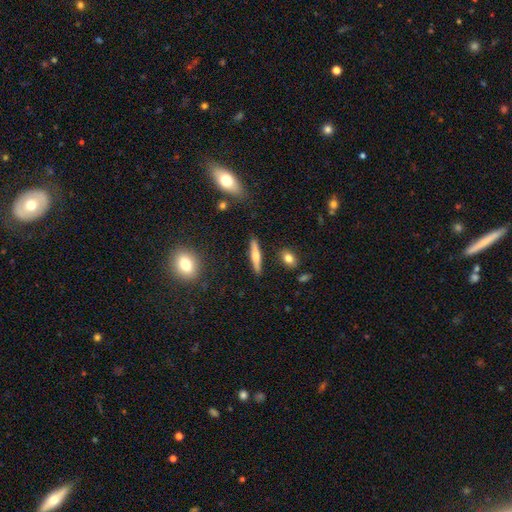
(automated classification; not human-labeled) Smooth or featured?
  - smooth: 53% *
  - featured or disk: 40%
  - star or artifact: 7%
How rounded?
  - cigar-shaped: 86% *
  - in between: 11%
  - round: 2%
Merging?
  - none: 87% *
  - minor disturbance: 8%
  - merger: 2%
  - major disturbance: 2%